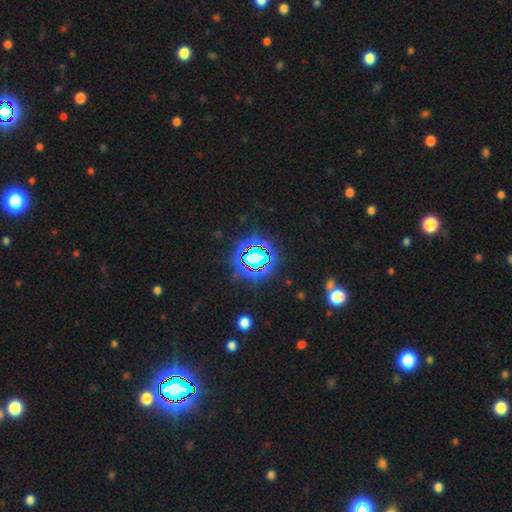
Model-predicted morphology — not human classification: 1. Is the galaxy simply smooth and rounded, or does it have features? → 82% star or artifact, 11% smooth, 7% featured or disk.